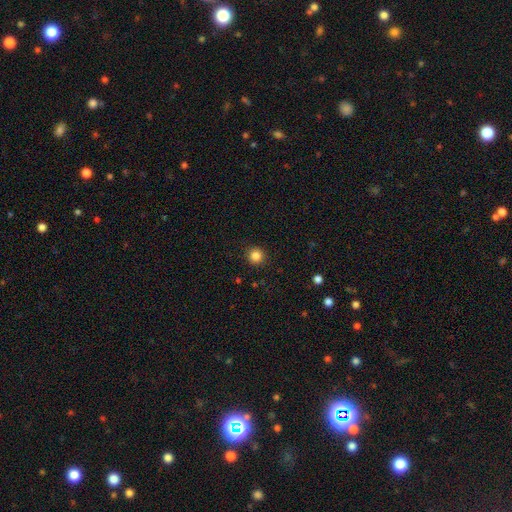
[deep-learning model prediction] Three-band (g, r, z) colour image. It shows a smooth galaxy with no disk features (84%) that is round (95%). Merging: none (91%).